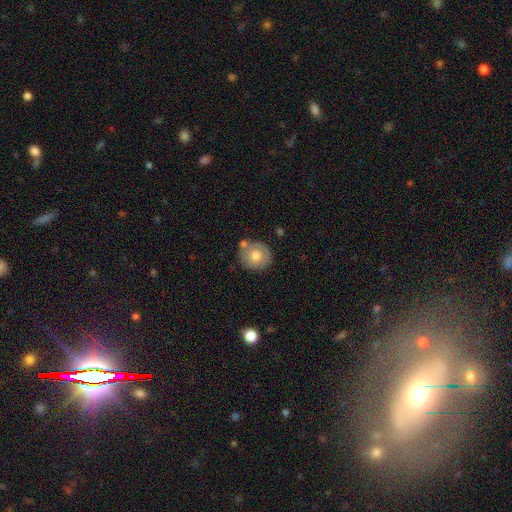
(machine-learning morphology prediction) smooth-or-featured: smooth: 69% | featured or disk: 23% | star or artifact: 8%
  how-rounded: round: 83% | in between: 16% | cigar-shaped: 1%
  merging: none: 72% | minor disturbance: 14% | merger: 10% | major disturbance: 4%